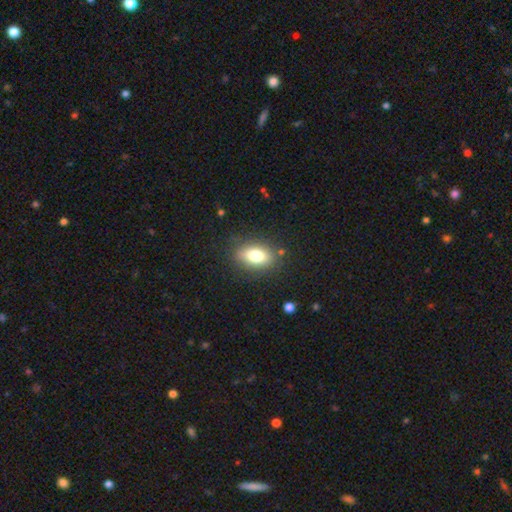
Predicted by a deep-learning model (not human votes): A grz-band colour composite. It shows a smooth galaxy with no disk features (76%) that is in between round and cigar-shaped (85%). Merging: none (83%).